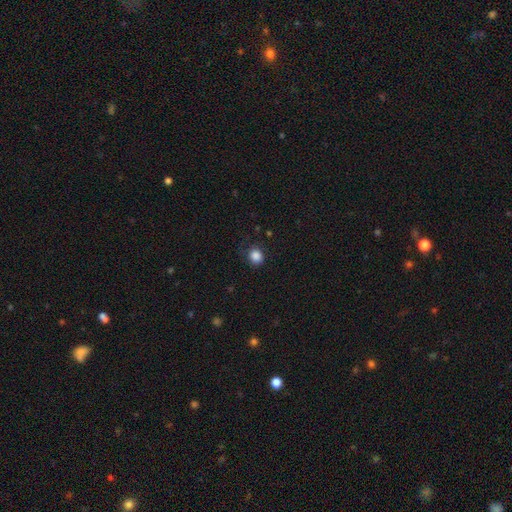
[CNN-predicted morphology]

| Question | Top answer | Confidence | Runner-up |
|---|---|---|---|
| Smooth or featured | smooth | 87% | star or artifact (10%) |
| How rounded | round | 79% | in between (20%) |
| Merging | none | 78% | minor disturbance (16%) |